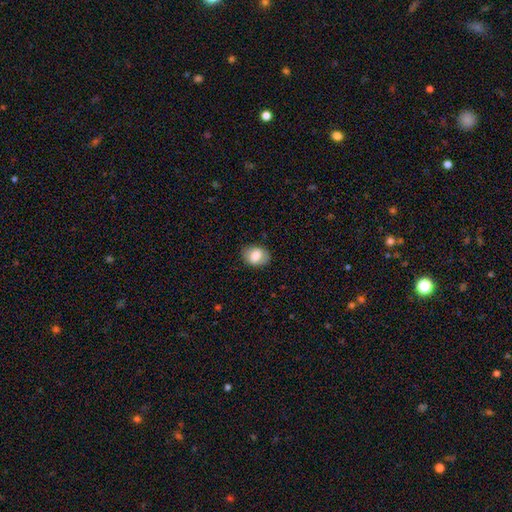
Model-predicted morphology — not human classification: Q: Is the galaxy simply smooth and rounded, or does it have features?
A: smooth — 77%.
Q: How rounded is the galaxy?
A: in between — 72%.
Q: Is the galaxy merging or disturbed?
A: none — 81%.